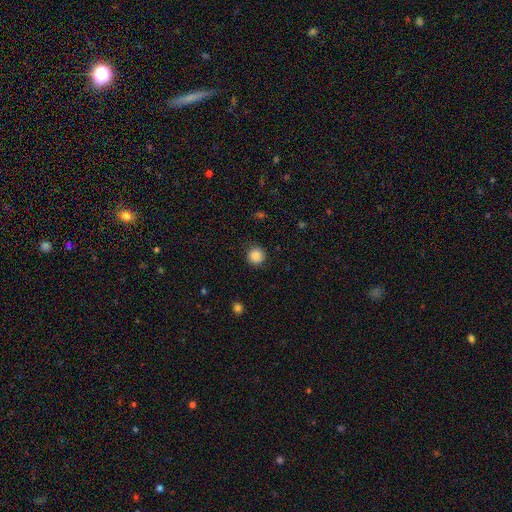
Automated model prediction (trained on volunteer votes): Smooth or featured? Predicted: smooth (p=0.86). How rounded? Predicted: round (p=0.94). Merging? Predicted: none (p=0.85).